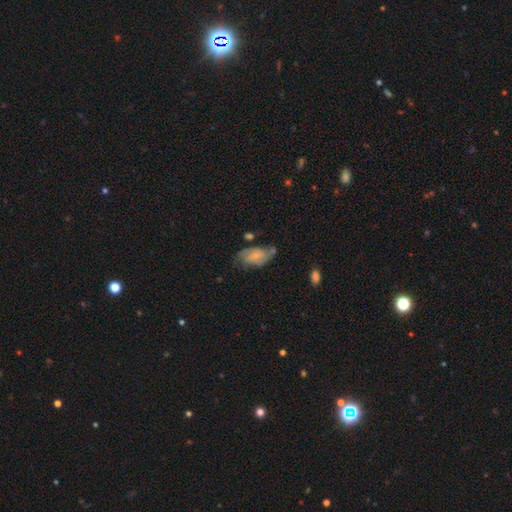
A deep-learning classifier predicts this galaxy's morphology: The model was most divided on "smooth or featured": smooth: 48%, featured or disk: 44%, star or artifact: 8%. Remaining: merging — none (48%).